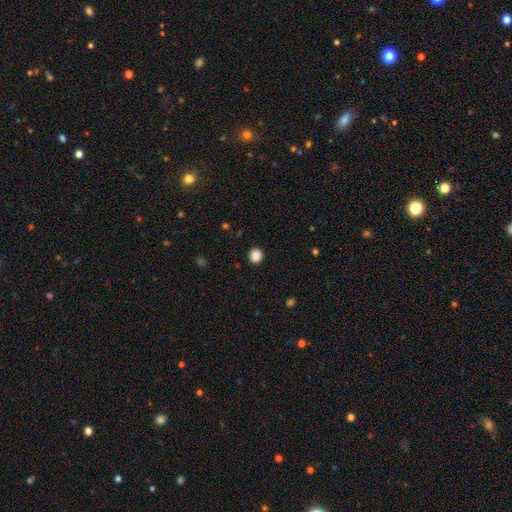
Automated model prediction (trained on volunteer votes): Smooth or featured? smooth (87%)
How rounded? round (89%)
Merging? none (92%)